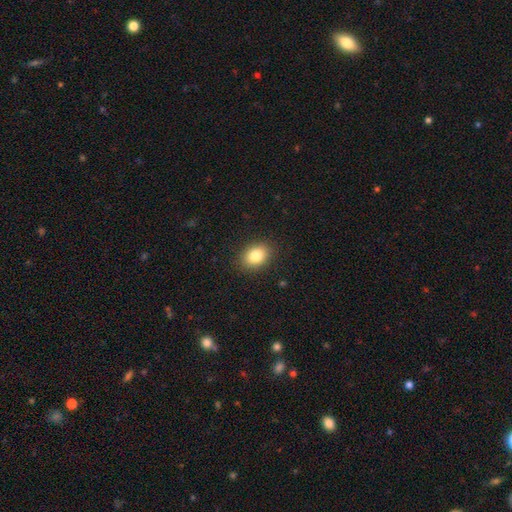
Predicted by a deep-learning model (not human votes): smooth-or-featured: smooth: 83% | star or artifact: 9% | featured or disk: 8%
  how-rounded: in between: 70% | round: 29% | cigar-shaped: 1%
  merging: none: 89% | minor disturbance: 8% | major disturbance: 2% | merger: 1%